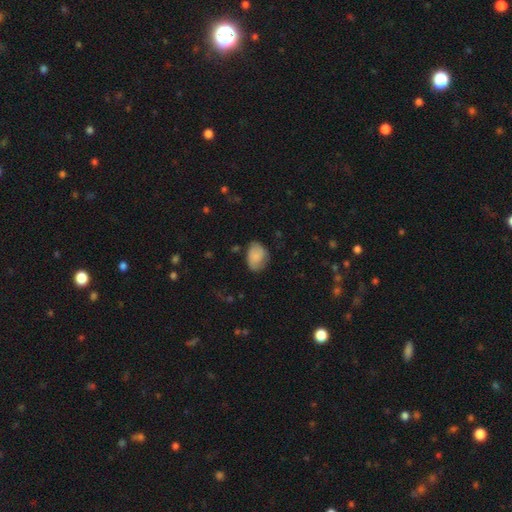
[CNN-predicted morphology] type=smooth (80%); roundness=in between (77%); merging=none (63%).